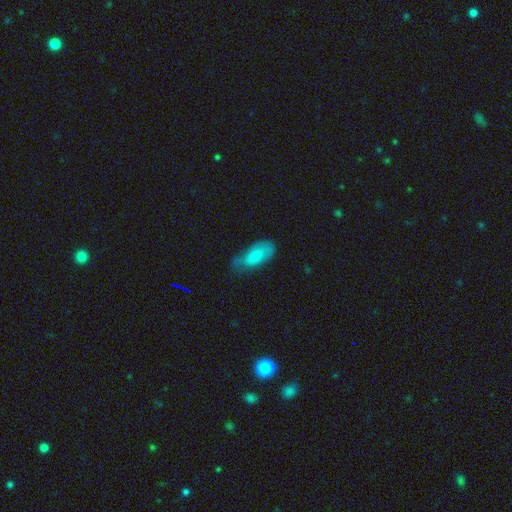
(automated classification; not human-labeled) smooth 77%, featured or disk 17%, star or artifact 7%. Down the decision tree: how rounded — in between (88%); merging — none (46%).